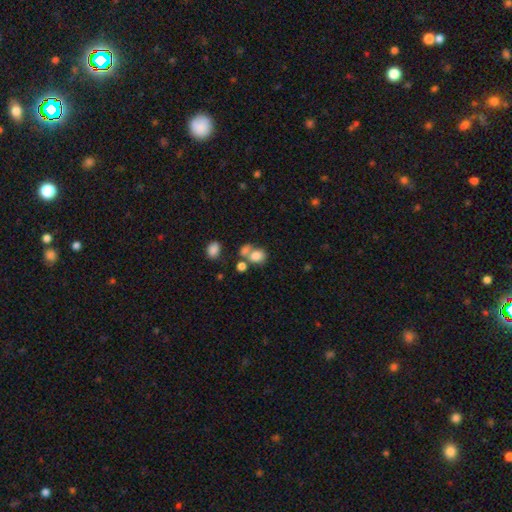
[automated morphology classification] Smooth or featured? smooth (78%)
How rounded? round (50%)
Merging? merger (43%)